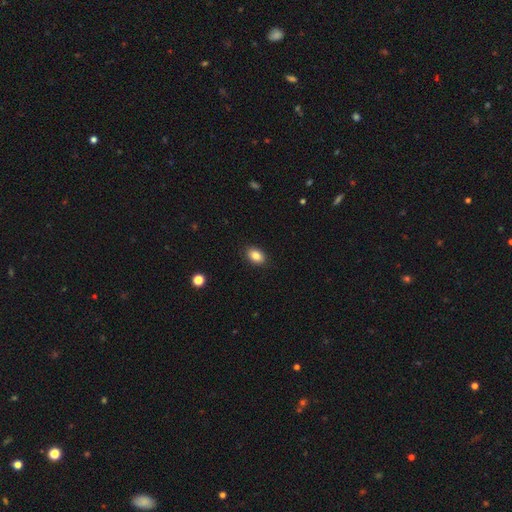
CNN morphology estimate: smooth_or_featured: smooth (p=0.86) [alt: star or artifact p=0.09]
how_rounded: in between (p=0.86) [alt: round p=0.13]
merging: none (p=0.89) [alt: minor disturbance p=0.08]